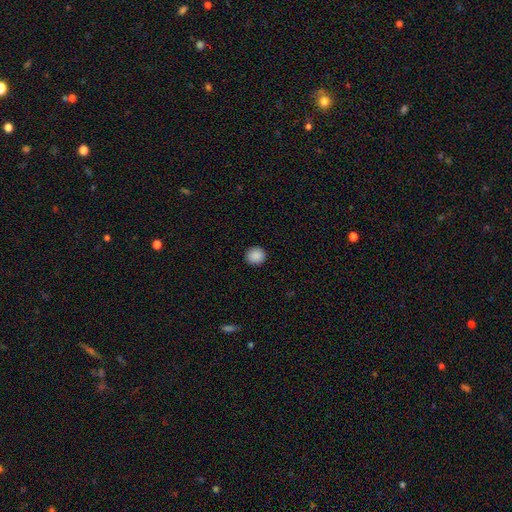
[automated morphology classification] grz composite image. It shows a smooth galaxy with no disk features (89%) that is round (90%). Merging: none (92%).